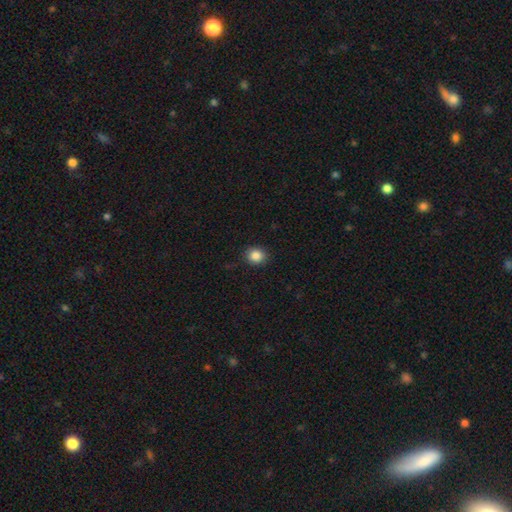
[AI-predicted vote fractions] Smooth or featured?
  - smooth: 86% *
  - star or artifact: 10%
  - featured or disk: 4%
How rounded?
  - round: 80% *
  - in between: 19%
  - cigar-shaped: 1%
Merging?
  - none: 90% *
  - minor disturbance: 7%
  - major disturbance: 2%
  - merger: 1%